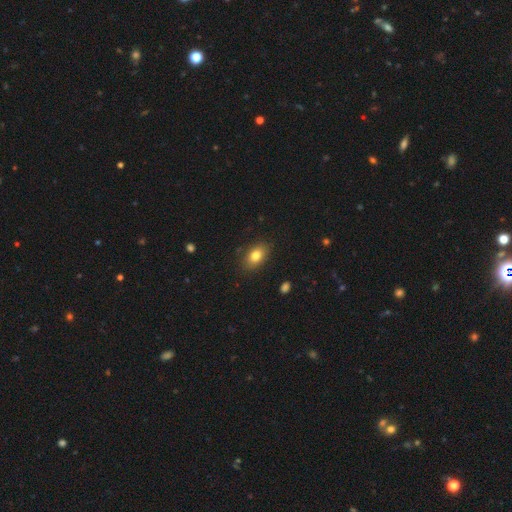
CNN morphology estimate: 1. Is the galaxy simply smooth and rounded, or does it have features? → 81% smooth, 10% featured or disk, 9% star or artifact.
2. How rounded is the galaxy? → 84% in between, 14% round, 2% cigar-shaped.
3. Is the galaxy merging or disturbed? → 85% none, 11% minor disturbance, 3% major disturbance, 1% merger.